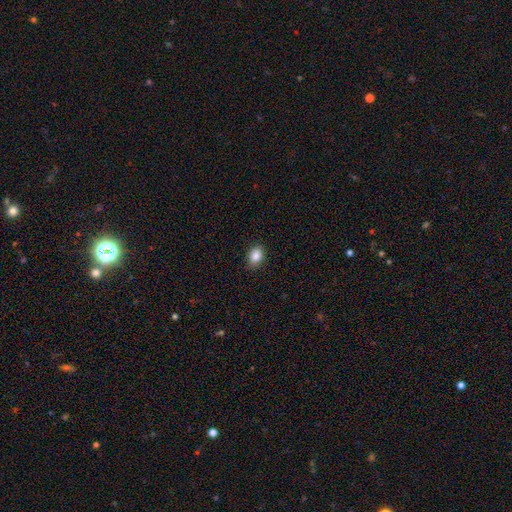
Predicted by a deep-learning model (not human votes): Smooth or featured? Predicted: smooth (p=0.86). How rounded? Predicted: in between (p=0.74). Merging? Predicted: none (p=0.86).